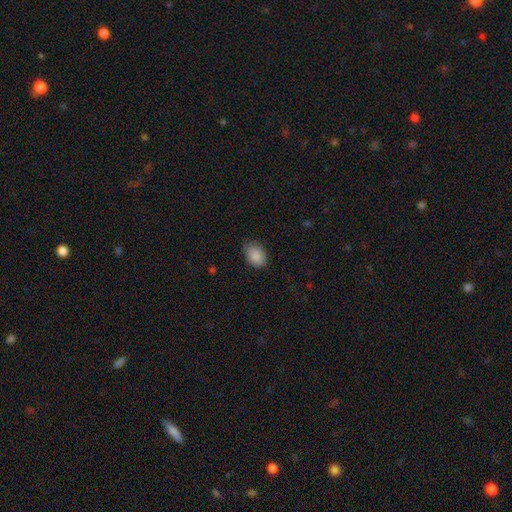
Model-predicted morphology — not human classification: type=smooth (88%); roundness=in between (79%); merging=none (75%).